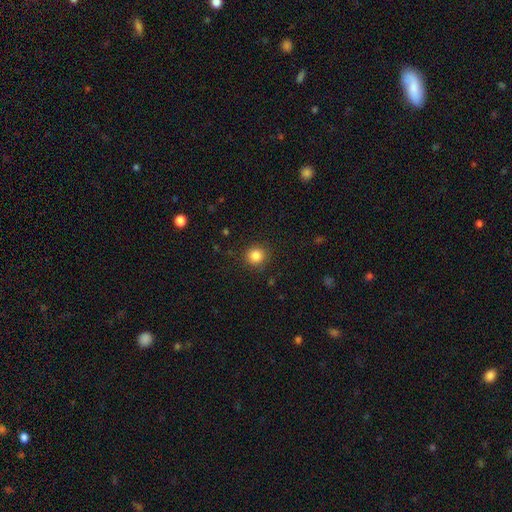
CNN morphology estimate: Q: Smooth or featured?
A: smooth (85%); runner-up: star or artifact (11%)
Q: How rounded?
A: round (91%); runner-up: in between (8%)
Q: Merging?
A: none (89%); runner-up: minor disturbance (8%)